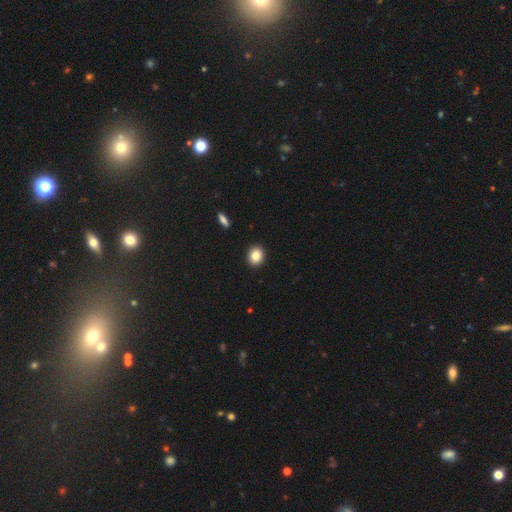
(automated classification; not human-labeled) Q: Smooth or featured?
A: smooth (85%); runner-up: star or artifact (9%)
Q: How rounded?
A: round (60%); runner-up: in between (39%)
Q: Merging?
A: none (92%); runner-up: minor disturbance (5%)